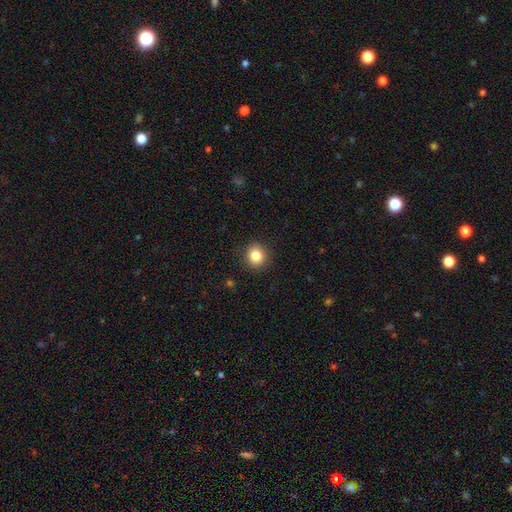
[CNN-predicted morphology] A smooth galaxy with no disk features (84%) that is round (85%).

Vote fractions:
- Smooth or featured? smooth: 84% / star or artifact: 10% / featured or disk: 5%
- How rounded? round: 85% / in between: 15% / cigar-shaped: 1%
- Merging? none: 90% / minor disturbance: 7% / major disturbance: 2% / merger: 1%